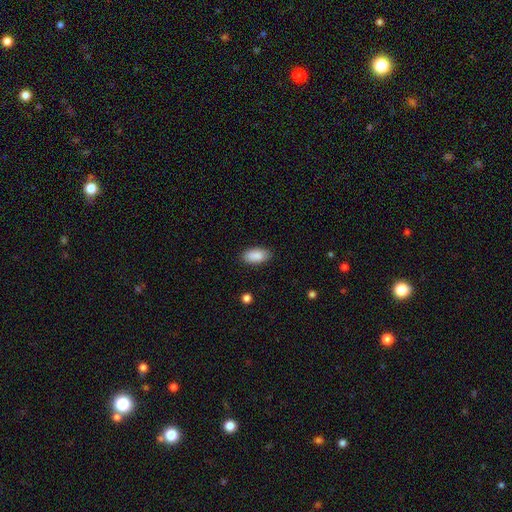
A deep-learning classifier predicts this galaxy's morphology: The model was most divided on "merging": none: 86%, minor disturbance: 10%, major disturbance: 2%, merger: 1%. More confident: how rounded — in between (93%); smooth or featured — smooth (89%).